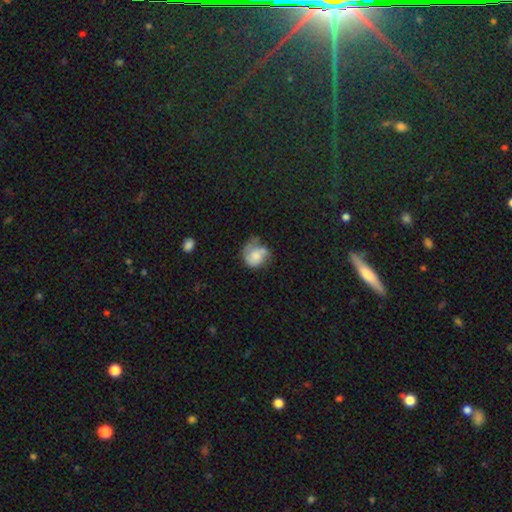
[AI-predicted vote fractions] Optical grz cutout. It shows a smooth galaxy with no disk features (56%) that is round (67%). Merging: none (35%).